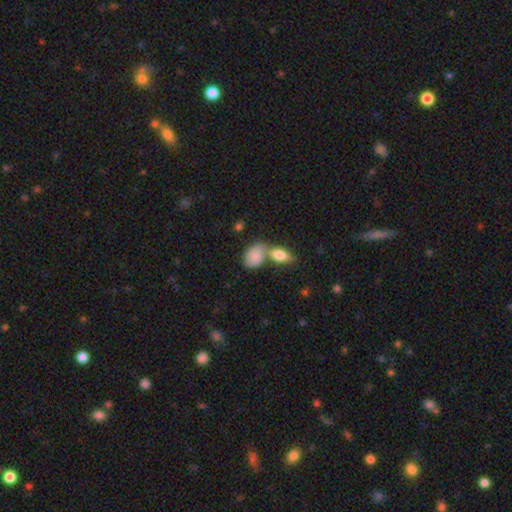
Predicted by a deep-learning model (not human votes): smooth 80%, featured or disk 13%, star or artifact 7%. Down the decision tree: how rounded — in between (83%); merging — merger (50%).